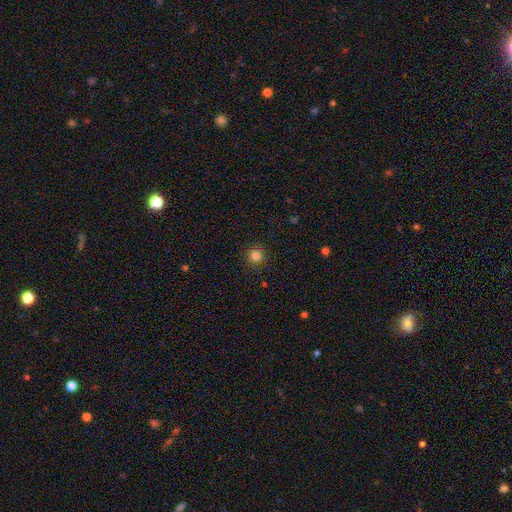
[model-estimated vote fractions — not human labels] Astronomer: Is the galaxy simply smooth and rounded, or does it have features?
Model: smooth — 83%.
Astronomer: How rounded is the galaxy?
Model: round — 95%.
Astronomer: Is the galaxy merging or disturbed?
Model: none — 92%.